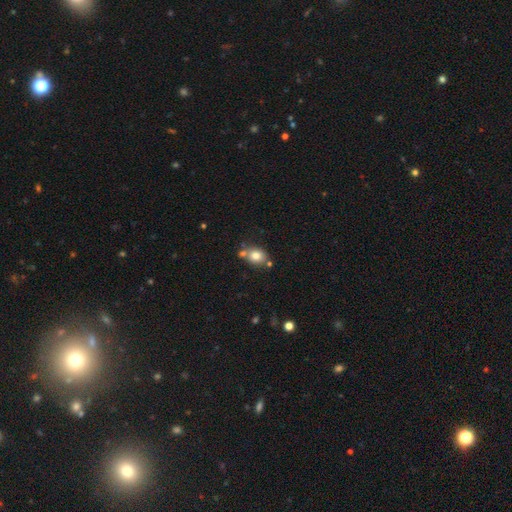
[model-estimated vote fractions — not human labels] smooth_or_featured: smooth (p=0.78) [alt: featured or disk p=0.11]
how_rounded: round (p=0.53) [alt: in between p=0.46]
merging: none (p=0.63) [alt: merger p=0.19]